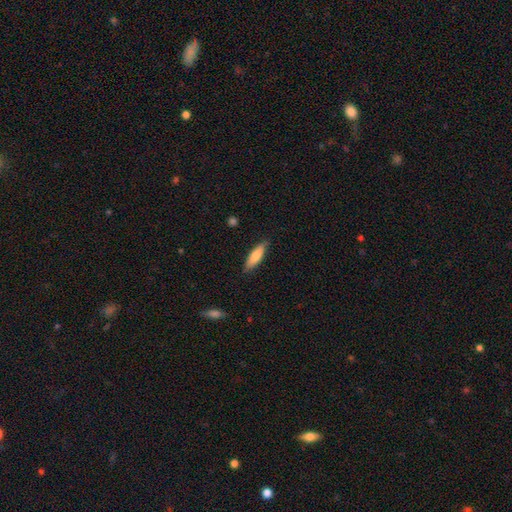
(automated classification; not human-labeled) Smooth or featured? Predicted: smooth (p=0.76). How rounded? Predicted: cigar-shaped (p=0.58). Merging? Predicted: none (p=0.85).